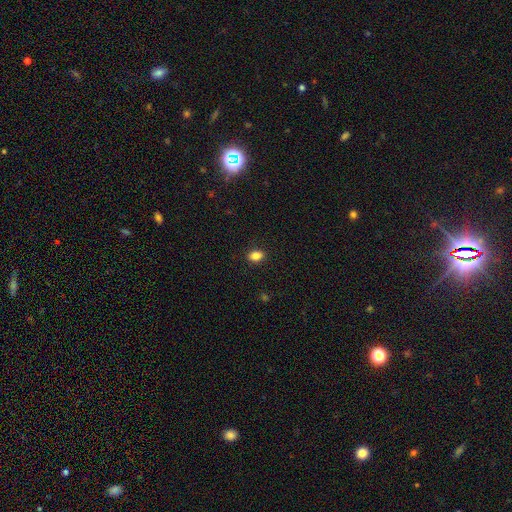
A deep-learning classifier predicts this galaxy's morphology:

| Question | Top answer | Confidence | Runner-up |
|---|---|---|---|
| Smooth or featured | smooth | 85% | star or artifact (10%) |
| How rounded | in between | 71% | round (27%) |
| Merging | none | 89% | minor disturbance (8%) |